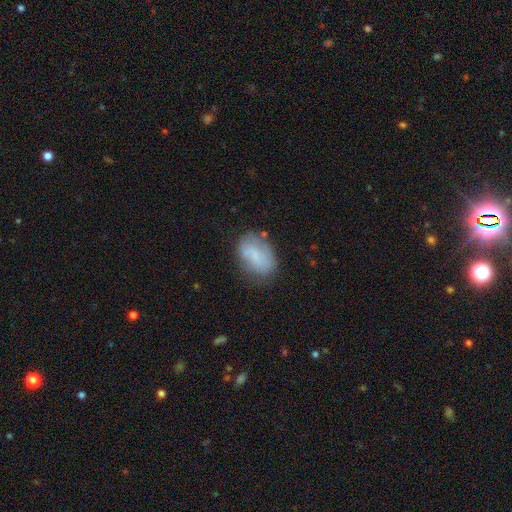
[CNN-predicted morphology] type=smooth (64%); roundness=in between (85%); merging=none (62%).